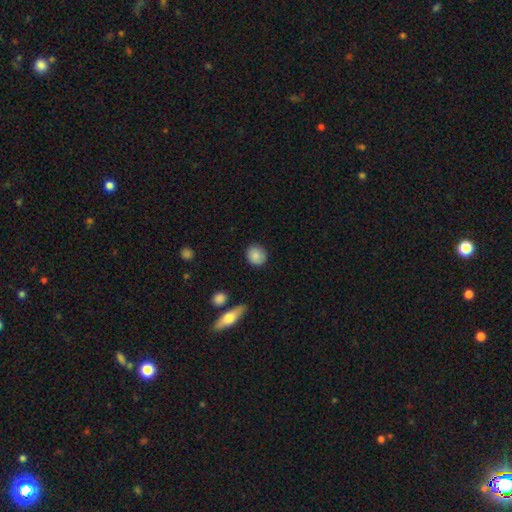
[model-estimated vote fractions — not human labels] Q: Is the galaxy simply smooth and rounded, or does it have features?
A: smooth — 84%.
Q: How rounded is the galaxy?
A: round — 79%.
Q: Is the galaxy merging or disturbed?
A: none — 84%.